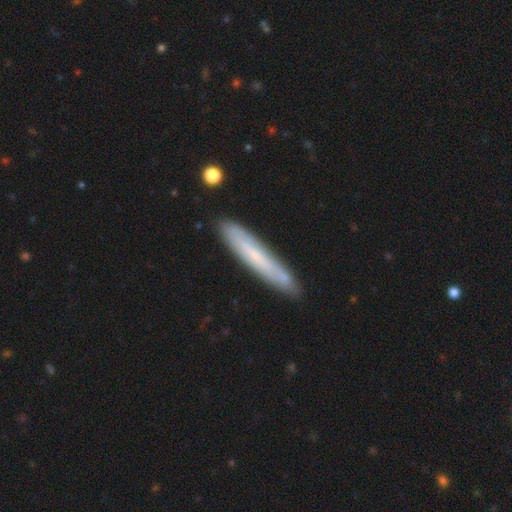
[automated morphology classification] A smooth galaxy with no disk features (54%) that is cigar-shaped (93%).

Vote fractions:
- Smooth or featured? smooth: 54% / featured or disk: 39% / star or artifact: 6%
- How rounded? cigar-shaped: 93% / in between: 6% / round: 1%
- Merging? none: 86% / minor disturbance: 10% / merger: 2% / major disturbance: 2%